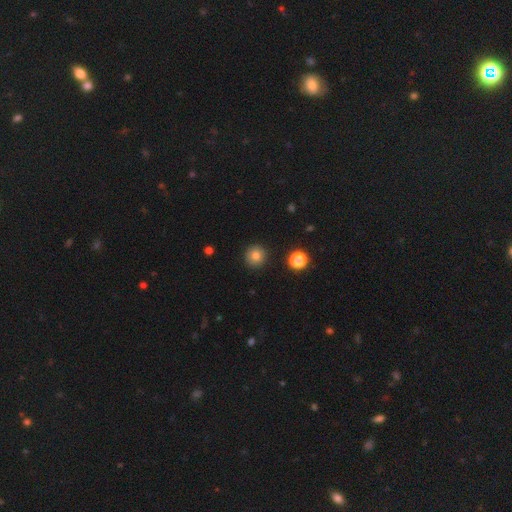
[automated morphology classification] A smooth galaxy with no disk features (80%) that is round (95%). Merging: none (92%).